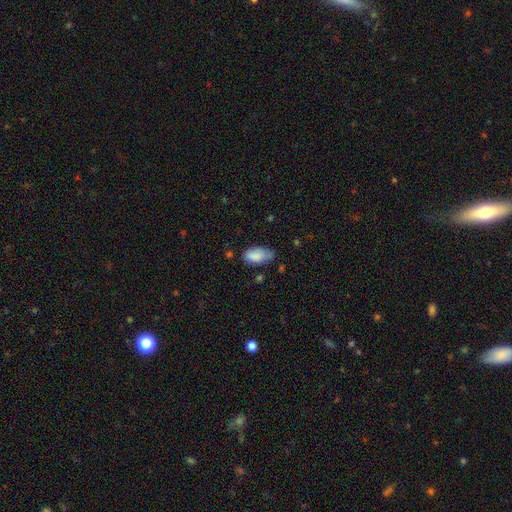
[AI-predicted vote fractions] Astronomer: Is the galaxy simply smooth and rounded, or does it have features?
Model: smooth — 84%.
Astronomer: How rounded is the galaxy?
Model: in between — 93%.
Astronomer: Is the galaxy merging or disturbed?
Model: none — 45% (runner-up: minor disturbance, 41%).